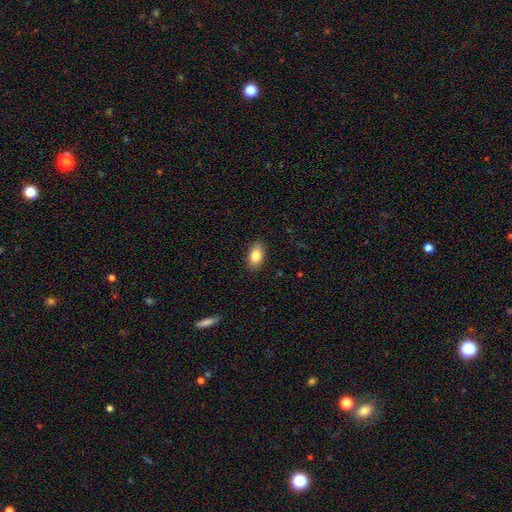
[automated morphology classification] Overall: smooth (84%). How rounded: in between (91%). Merging: none (88%).